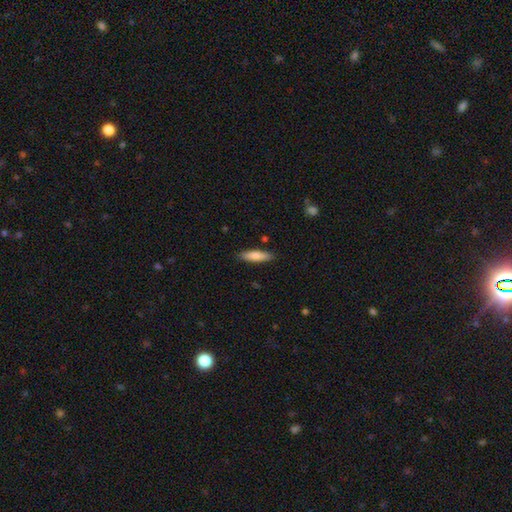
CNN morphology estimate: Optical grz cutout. It shows a smooth galaxy with no disk features (77%) that is cigar-shaped (71%). Merging: none (87%).